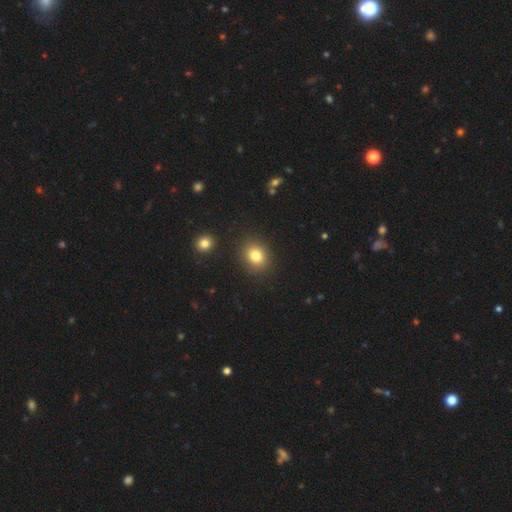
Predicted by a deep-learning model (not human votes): Smooth or featured: smooth — 81% (star or artifact — 12%)
How rounded: round — 64% (in between — 35%)
Merging: none — 87% (minor disturbance — 8%)